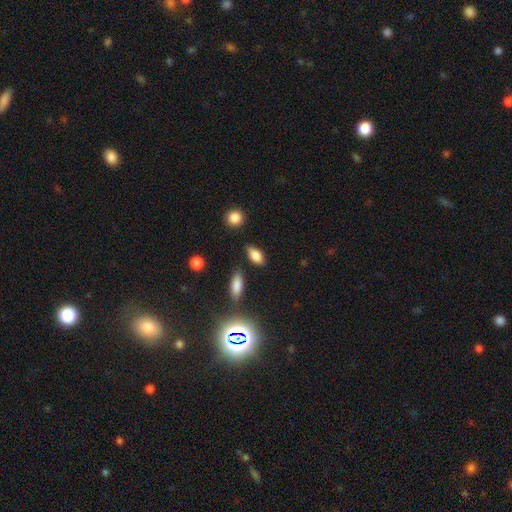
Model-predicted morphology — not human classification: smooth-or-featured: smooth: 81% | star or artifact: 10% | featured or disk: 9%
  how-rounded: in between: 87% | cigar-shaped: 7% | round: 6%
  merging: none: 78% | minor disturbance: 15% | major disturbance: 4% | merger: 4%